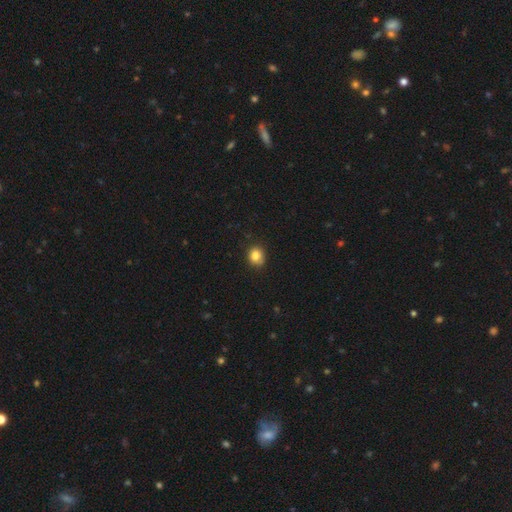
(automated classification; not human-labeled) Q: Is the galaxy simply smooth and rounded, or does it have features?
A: smooth — 82%.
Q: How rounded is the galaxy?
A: round — 74%.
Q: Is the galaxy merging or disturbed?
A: none — 82%.